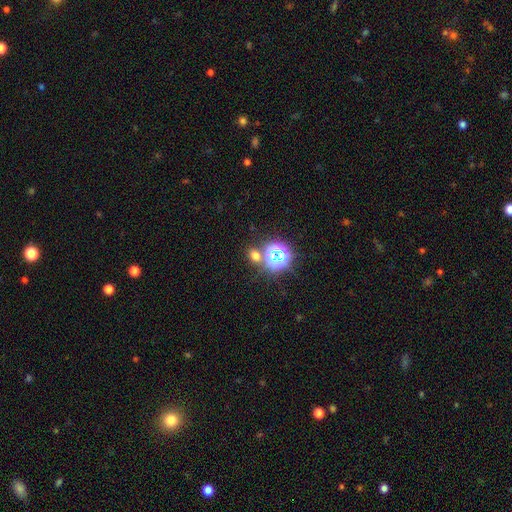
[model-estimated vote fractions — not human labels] Smooth or featured? Predicted: smooth (p=0.55). How rounded? Predicted: round (p=0.61). Merging? Predicted: none (p=0.69).